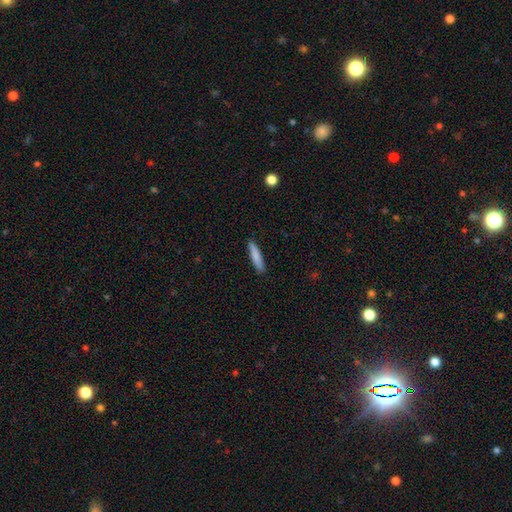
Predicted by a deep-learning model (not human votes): A smooth galaxy with no disk features (84%) that is cigar-shaped (87%).

Vote fractions:
- Smooth or featured? smooth: 84% / featured or disk: 11% / star or artifact: 6%
- How rounded? cigar-shaped: 87% / in between: 12% / round: 1%
- Merging? none: 89% / minor disturbance: 8% / major disturbance: 2% / merger: 1%